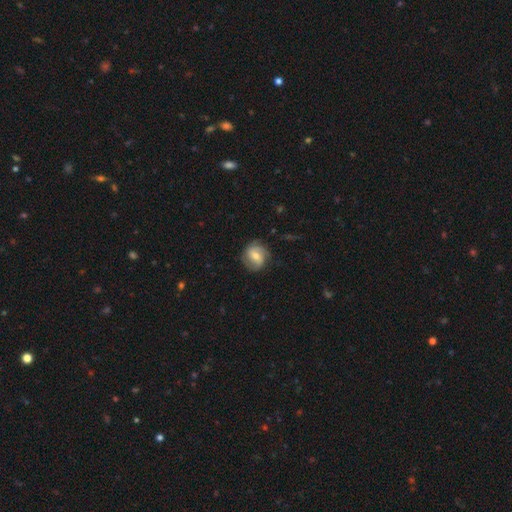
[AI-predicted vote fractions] This appears to be a featured or disk galaxy (58%) with a weak bar (46%), spiral arms (85%) and a moderate central bulge (61%). Merging: none (76%).